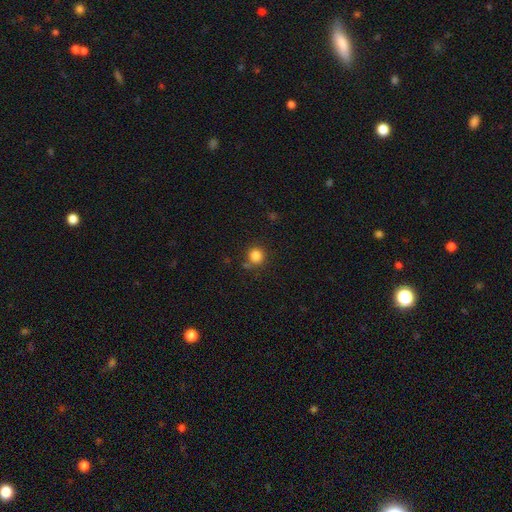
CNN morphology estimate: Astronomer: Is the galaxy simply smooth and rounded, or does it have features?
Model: smooth — 84%.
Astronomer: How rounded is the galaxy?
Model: round — 92%.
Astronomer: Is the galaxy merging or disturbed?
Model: none — 79%.